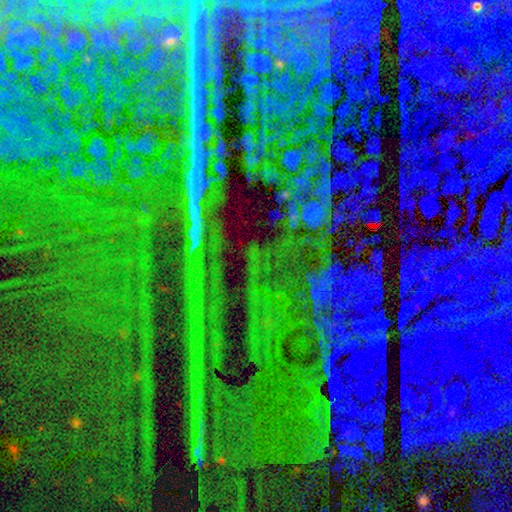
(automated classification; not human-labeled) star or artifact 82%, featured or disk 9%, smooth 9%.